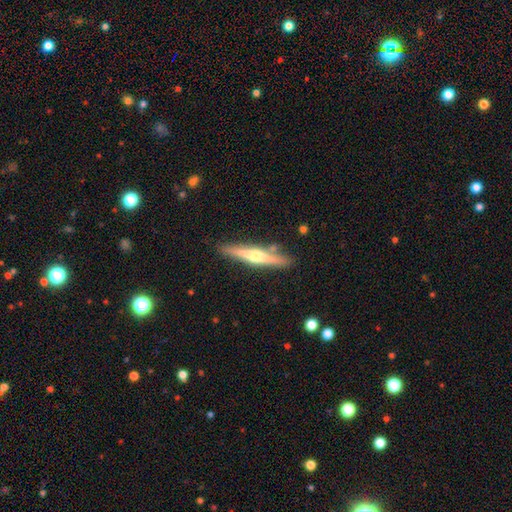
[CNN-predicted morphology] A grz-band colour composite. It shows a featured or disk galaxy (63%) viewed edge-on (96%) with a rounded central bulge (86%). Merging: none (83%).